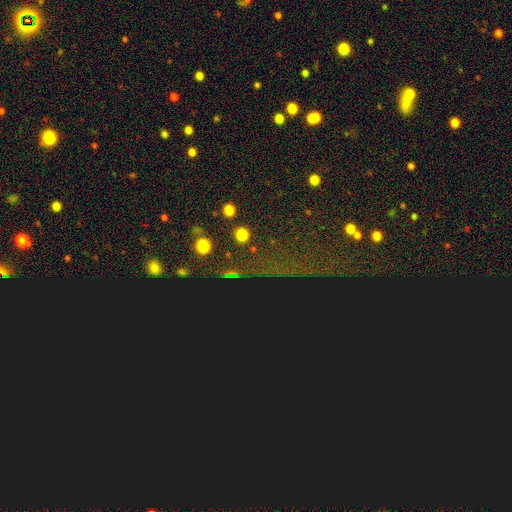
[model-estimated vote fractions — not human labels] Q: Smooth or featured?
A: star or artifact (79%); runner-up: smooth (13%)